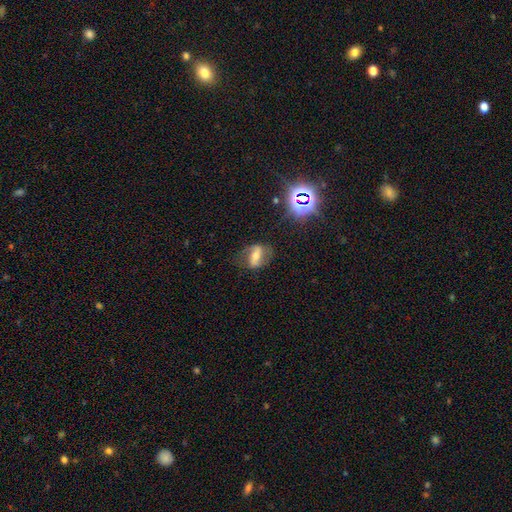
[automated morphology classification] smooth-or-featured: featured or disk: 61% | smooth: 25% | star or artifact: 14%
  disk-edge-on: no: 90% | yes: 10%
    bar: strong: 59% | weak: 25% | no: 16%
    has-spiral-arms: yes: 76% | no: 24%
    bulge-size: moderate: 54% | small: 35% | large: 6% | none: 3% | dominant: 2%
  merging: none: 71% | minor disturbance: 18% | major disturbance: 9% | merger: 2%